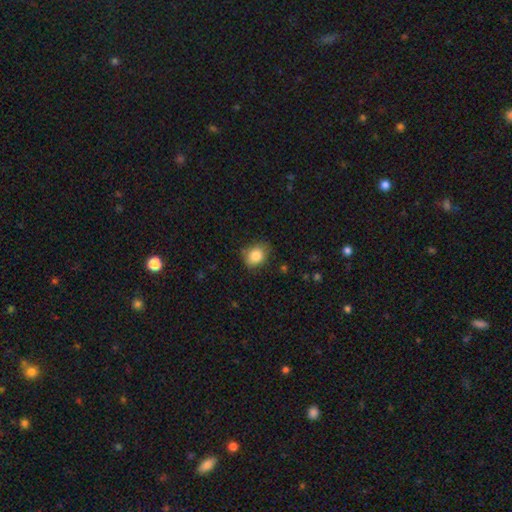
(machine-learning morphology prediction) Smooth or featured? smooth (84%)
How rounded? round (54%)
Merging? none (73%)